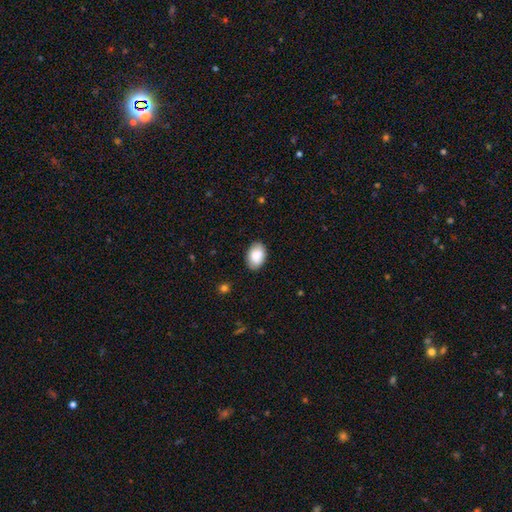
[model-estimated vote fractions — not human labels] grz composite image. It shows a smooth galaxy with no disk features (85%) that is in between round and cigar-shaped (87%). Merging: none (85%).